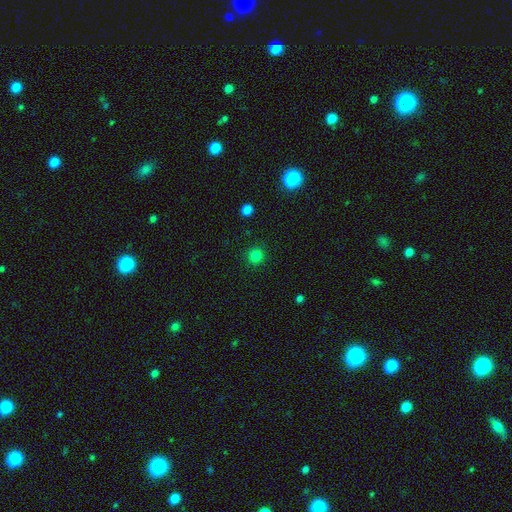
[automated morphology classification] type=smooth (82%); roundness=round (94%); merging=none (91%).